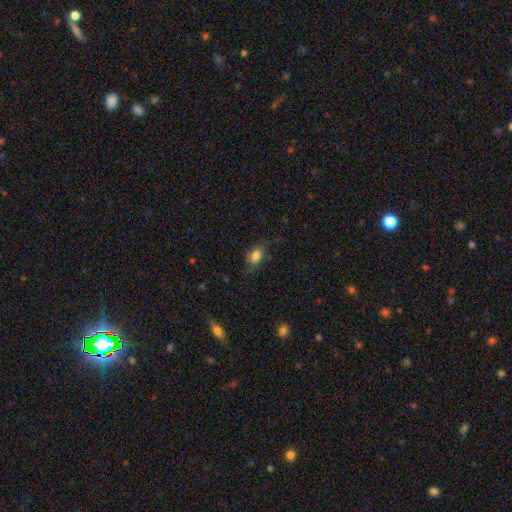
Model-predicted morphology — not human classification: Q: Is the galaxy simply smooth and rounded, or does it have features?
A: smooth — 80%.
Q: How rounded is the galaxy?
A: in between — 85%.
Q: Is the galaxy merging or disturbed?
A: none — 67%.